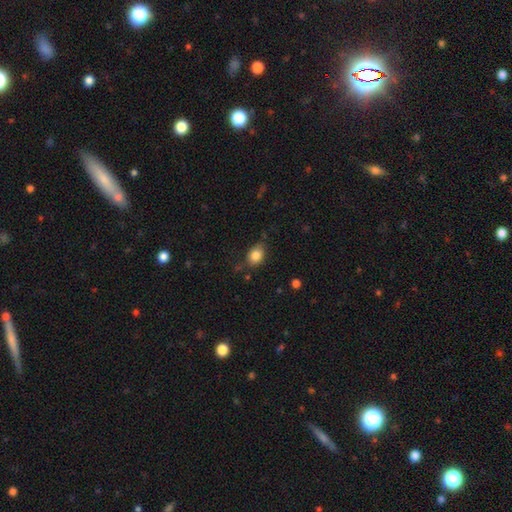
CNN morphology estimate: Q: Smooth or featured?
A: smooth (84%); runner-up: star or artifact (9%)
Q: How rounded?
A: in between (65%); runner-up: round (34%)
Q: Merging?
A: none (71%); runner-up: minor disturbance (21%)